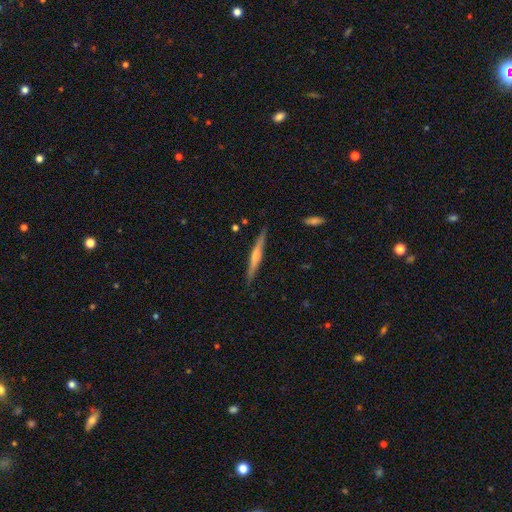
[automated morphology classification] Smooth or featured: featured or disk — 52% (smooth — 42%)
Edge-on disk: yes — 97% (no — 3%)
Edge-on bulge: rounded — 50% (none — 35%)
Merging: none — 88% (minor disturbance — 9%)